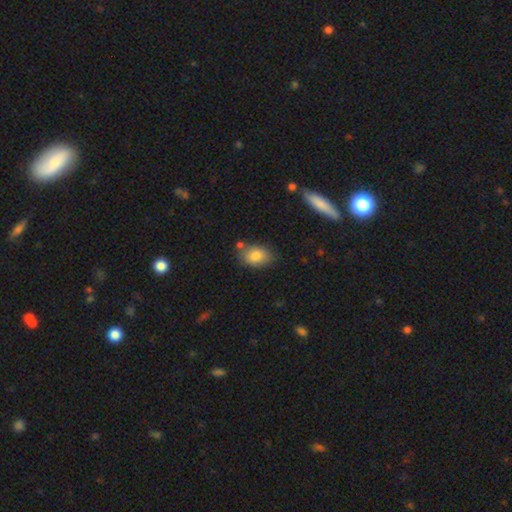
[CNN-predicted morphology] Smooth or featured?
  - smooth: 83% *
  - featured or disk: 9%
  - star or artifact: 8%
How rounded?
  - in between: 85% *
  - round: 14%
  - cigar-shaped: 1%
Merging?
  - none: 69% *
  - minor disturbance: 18%
  - merger: 9%
  - major disturbance: 4%